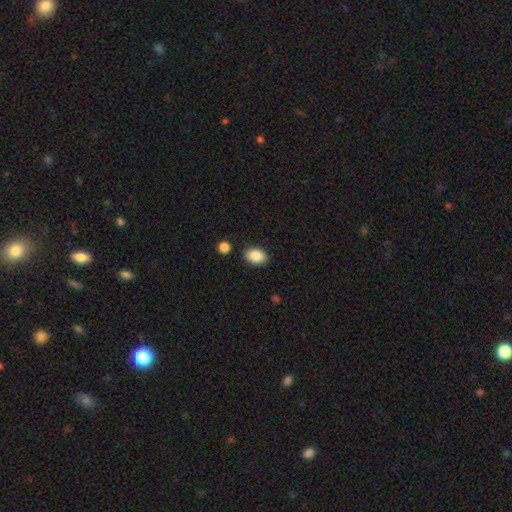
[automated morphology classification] This is clearly a smooth galaxy (89%). How rounded: clearly in between (81%). Merging: clearly none (83%).